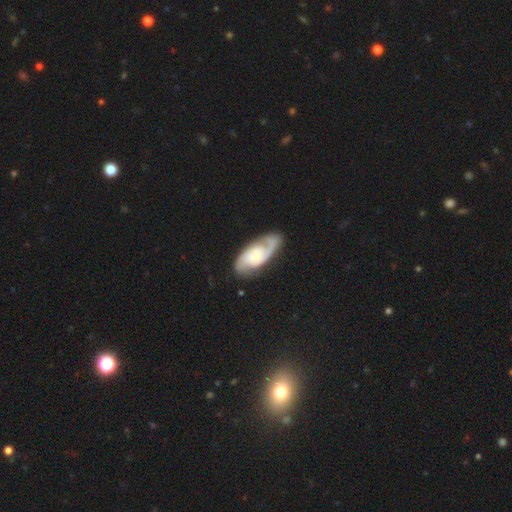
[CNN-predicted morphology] Smooth or featured? featured or disk (83%)
Edge-on disk? no (96%)
Bar? no (61%)
Spiral arms? yes (97%)
Spiral winding? medium (47%)
Spiral arm count? 2 (88%)
Bulge size? small (33%)
Merging? none (78%)